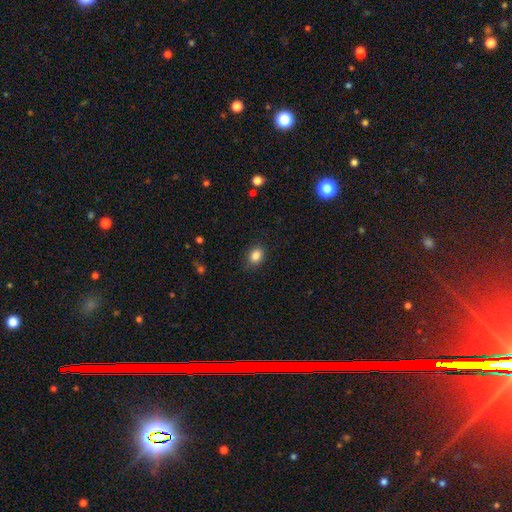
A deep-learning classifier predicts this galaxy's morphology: smooth 86%, star or artifact 10%, featured or disk 4%. Down the decision tree: how rounded — in between (57%); merging — none (85%).